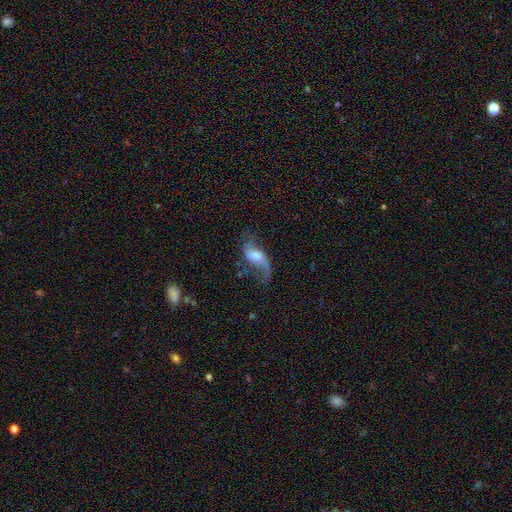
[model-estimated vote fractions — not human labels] This appears to be a featured or disk galaxy (74%) with no bar (50%), 2 (74%) loose (80%) spiral arms (90%) and a moderate central bulge (57%). Merging: none (47%).